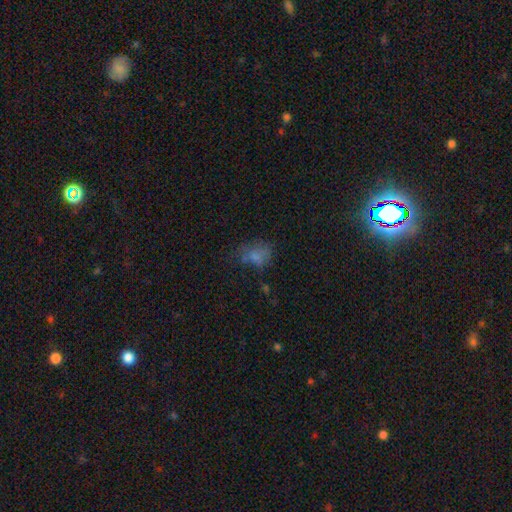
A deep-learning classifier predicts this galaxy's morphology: Smooth or featured? Predicted: smooth (p=0.63). How rounded? Predicted: in between (p=0.66). Merging? Predicted: none (p=0.44).